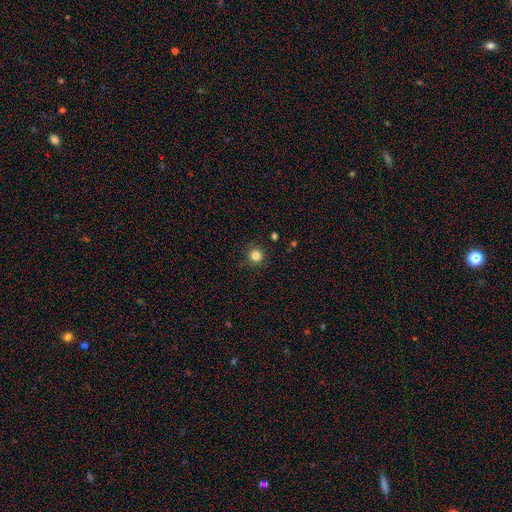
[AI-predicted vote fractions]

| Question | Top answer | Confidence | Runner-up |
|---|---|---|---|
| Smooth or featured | smooth | 83% | star or artifact (12%) |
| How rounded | round | 95% | in between (4%) |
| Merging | none | 89% | minor disturbance (8%) |